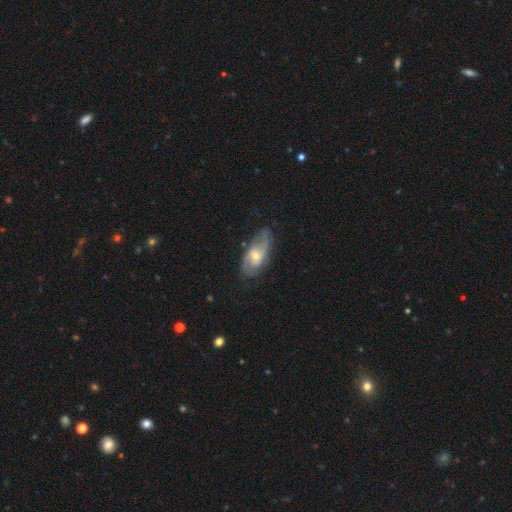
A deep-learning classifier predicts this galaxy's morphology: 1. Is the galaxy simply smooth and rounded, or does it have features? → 76% featured or disk, 18% smooth, 6% star or artifact.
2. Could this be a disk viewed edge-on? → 93% no, 7% yes.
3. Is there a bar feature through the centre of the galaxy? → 52% no, 40% weak, 8% strong.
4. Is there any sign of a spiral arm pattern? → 91% yes, 9% no.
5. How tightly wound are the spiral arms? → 46% medium, 32% tight, 22% loose.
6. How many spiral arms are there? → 69% 2, 18% can't tell, 6% 3, 4% 1, 2% 4, 2% more than 4.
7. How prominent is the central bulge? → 48% moderate, 47% small, 2% large, 2% none, 1% dominant.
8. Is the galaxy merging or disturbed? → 67% none, 22% minor disturbance, 9% major disturbance, 2% merger.